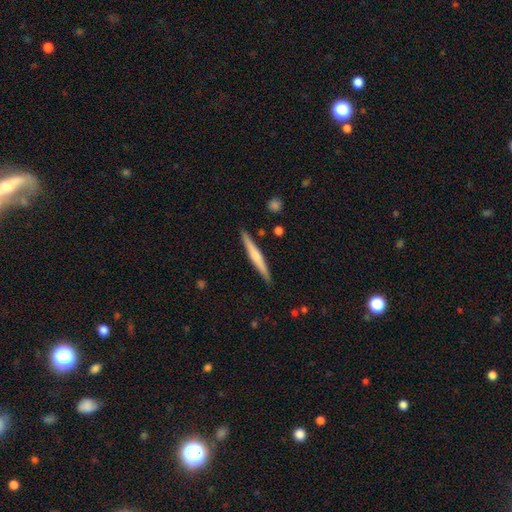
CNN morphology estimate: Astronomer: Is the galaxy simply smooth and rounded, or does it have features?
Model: smooth — 48% (runner-up: featured or disk, 47%).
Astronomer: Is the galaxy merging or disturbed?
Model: none — 89%.